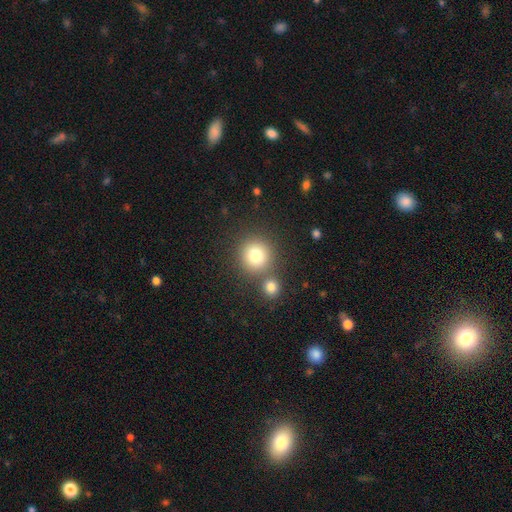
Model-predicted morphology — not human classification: Q: Smooth or featured?
A: smooth (78%); runner-up: star or artifact (12%)
Q: How rounded?
A: round (92%); runner-up: in between (7%)
Q: Merging?
A: none (71%); runner-up: merger (18%)